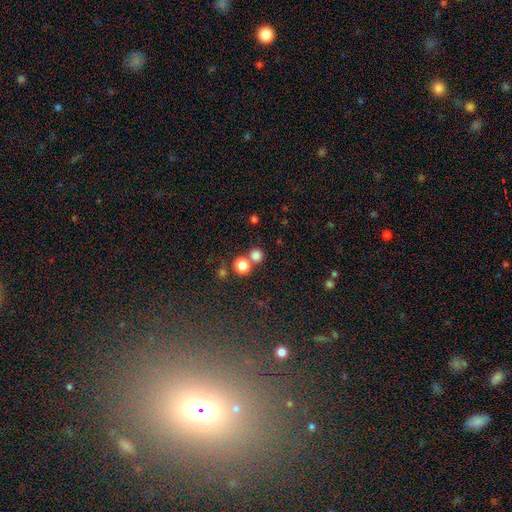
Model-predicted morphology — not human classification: Smooth or featured? smooth (80%)
How rounded? round (90%)
Merging? none (62%)